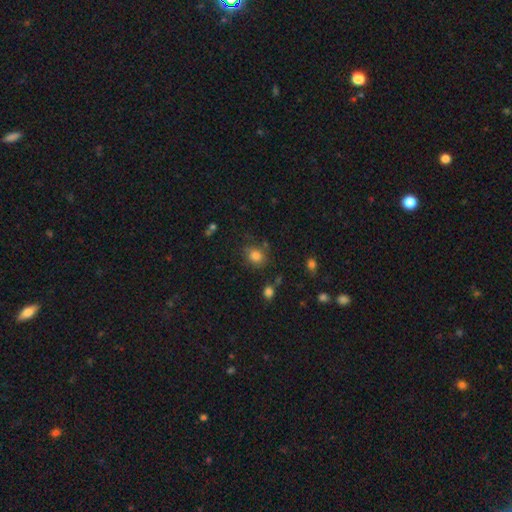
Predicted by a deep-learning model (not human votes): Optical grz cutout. It shows a smooth galaxy with no disk features (81%) that is round (66%). Merging: none (73%).